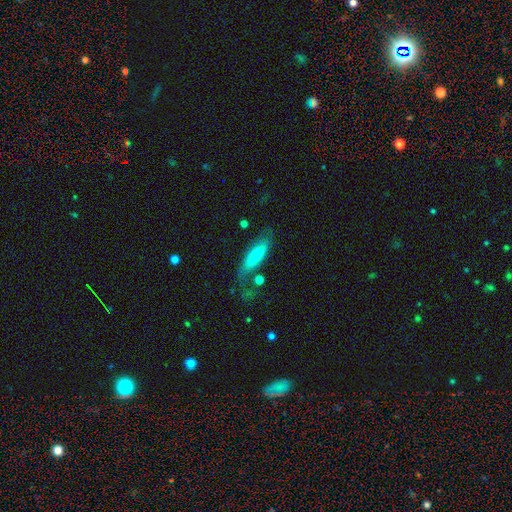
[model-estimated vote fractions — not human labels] Smooth or featured: smooth — 66% (featured or disk — 28%)
How rounded: in between — 52% (cigar-shaped — 46%)
Merging: none — 52% (minor disturbance — 24%)